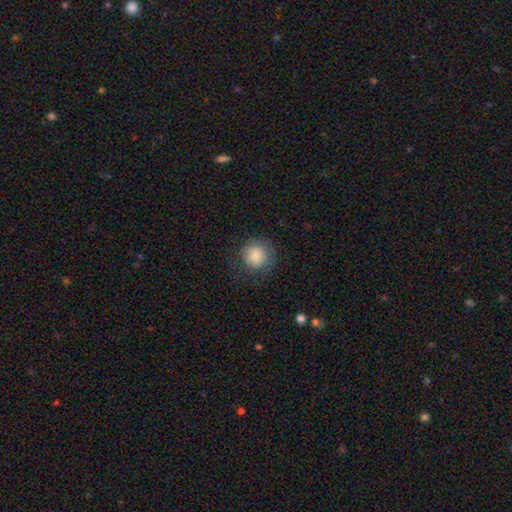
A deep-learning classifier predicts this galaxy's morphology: A smooth galaxy with no disk features (84%) that is round (92%).

Vote fractions:
- Smooth or featured? smooth: 84% / star or artifact: 8% / featured or disk: 7%
- How rounded? round: 92% / in between: 7% / cigar-shaped: 1%
- Merging? none: 76% / minor disturbance: 15% / major disturbance: 8% / merger: 1%